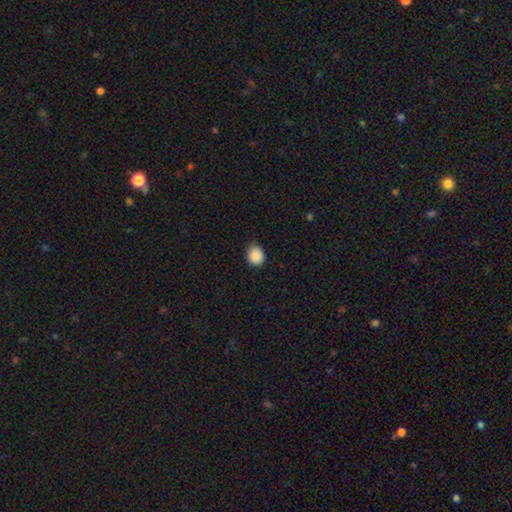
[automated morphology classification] Q: Smooth or featured?
A: smooth (88%); runner-up: star or artifact (9%)
Q: How rounded?
A: round (67%); runner-up: in between (32%)
Q: Merging?
A: none (80%); runner-up: minor disturbance (16%)